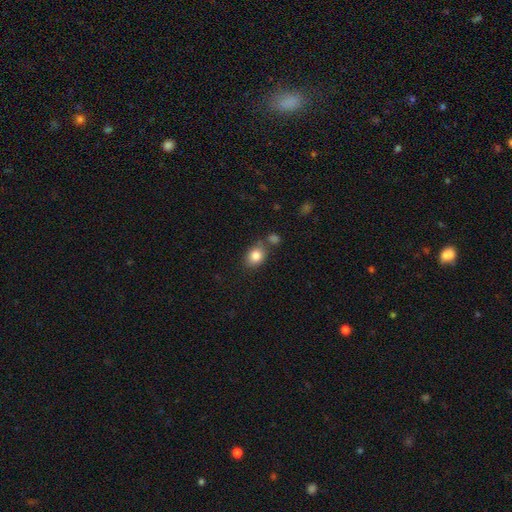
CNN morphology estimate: Smooth or featured: smooth — 83% (star or artifact — 9%)
How rounded: in between — 56% (round — 43%)
Merging: none — 67% (minor disturbance — 15%)